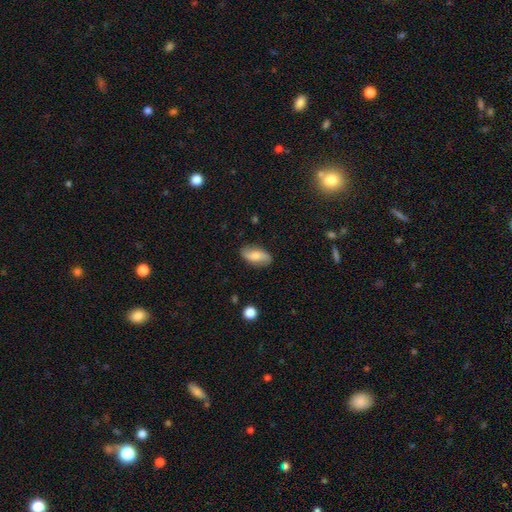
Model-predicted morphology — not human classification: Smooth or featured: smooth — 63% (featured or disk — 30%)
How rounded: in between — 90% (cigar-shaped — 7%)
Merging: none — 83% (minor disturbance — 13%)